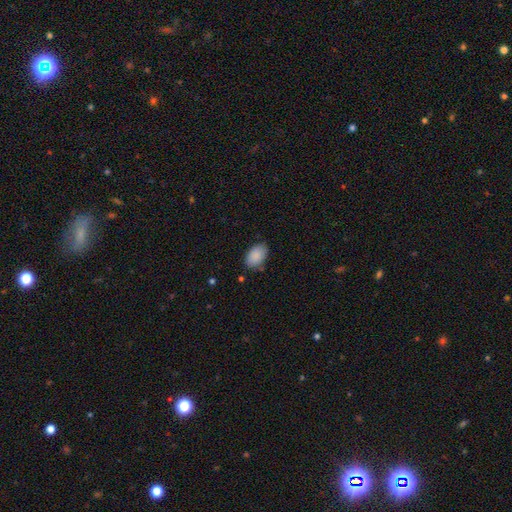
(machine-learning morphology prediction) This appears to be a smooth galaxy with no disk features (89%) that is in between round and cigar-shaped (90%). Merging: none (80%).